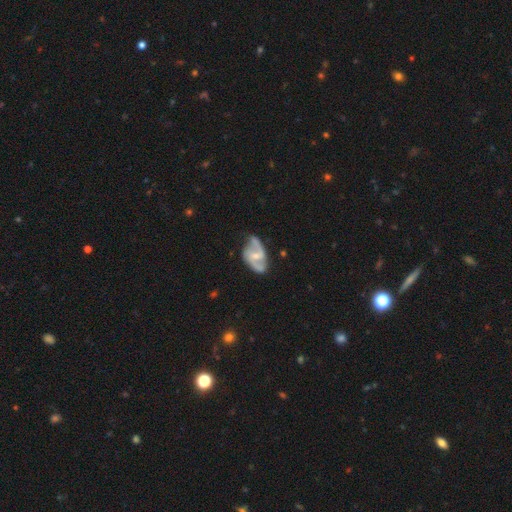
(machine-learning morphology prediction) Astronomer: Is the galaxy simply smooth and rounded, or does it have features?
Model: featured or disk — 83%.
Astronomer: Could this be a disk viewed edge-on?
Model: no — 97%.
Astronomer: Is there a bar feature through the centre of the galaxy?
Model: weak — 49% (runner-up: no, 31%).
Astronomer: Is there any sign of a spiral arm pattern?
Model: yes — 94%.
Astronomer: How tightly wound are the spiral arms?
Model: medium — 46% (runner-up: loose, 41%).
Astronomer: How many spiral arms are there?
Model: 2 — 87%.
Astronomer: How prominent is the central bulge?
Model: small — 54% (runner-up: moderate, 37%).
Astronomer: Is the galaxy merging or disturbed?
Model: none — 60%.